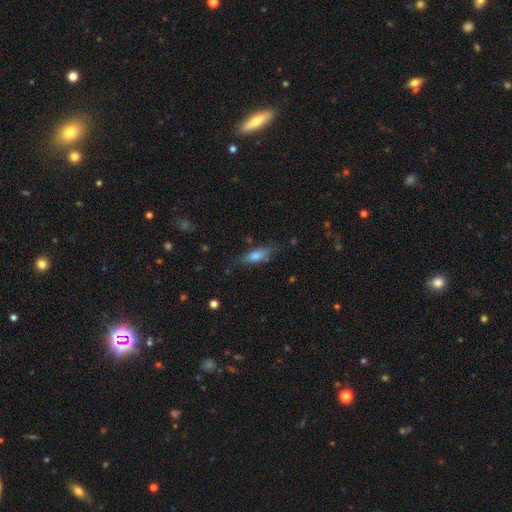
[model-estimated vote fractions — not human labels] Smooth or featured? smooth (62%)
How rounded? in between (52%)
Merging? none (71%)